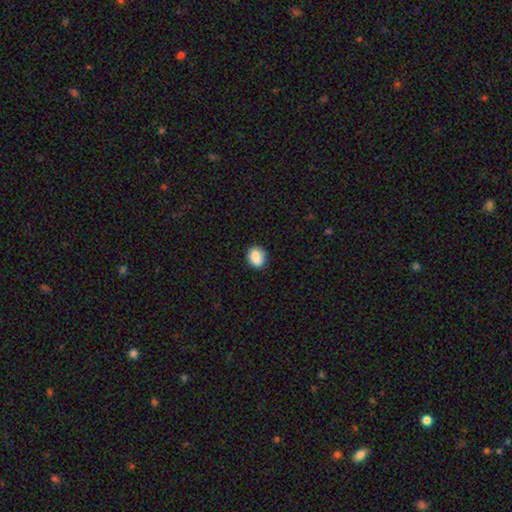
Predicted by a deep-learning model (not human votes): Overall: smooth (82%). How rounded: round (67%; in between 32%). Merging: none (76%).